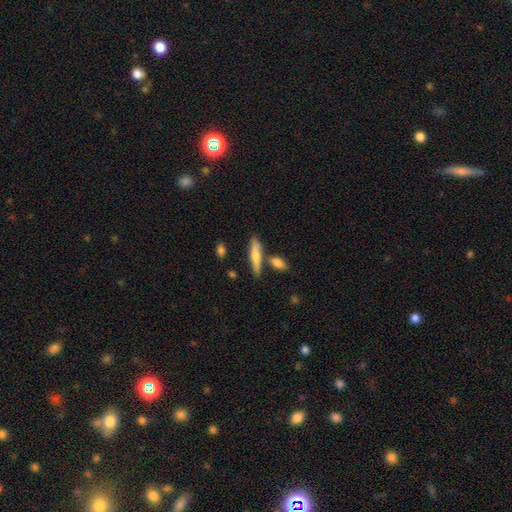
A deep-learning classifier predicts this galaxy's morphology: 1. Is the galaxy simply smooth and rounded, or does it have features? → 64% smooth, 29% featured or disk, 6% star or artifact.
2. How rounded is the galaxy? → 77% cigar-shaped, 20% in between, 2% round.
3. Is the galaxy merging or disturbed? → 70% none, 14% merger, 13% minor disturbance, 3% major disturbance.